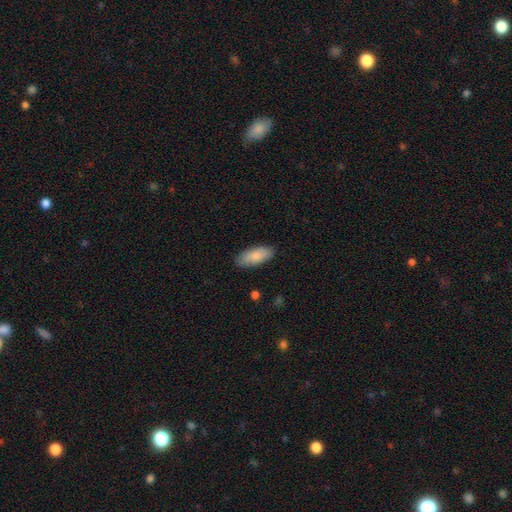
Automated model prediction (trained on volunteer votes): Smooth or featured: smooth — 84% (featured or disk — 10%)
How rounded: in between — 85% (cigar-shaped — 13%)
Merging: none — 84% (minor disturbance — 12%)